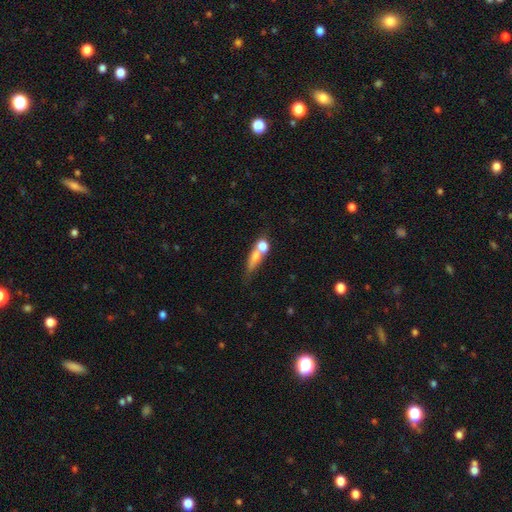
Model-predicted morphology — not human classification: Q: Smooth or featured?
A: smooth (62%); runner-up: featured or disk (27%)
Q: How rounded?
A: cigar-shaped (40%); runner-up: in between (37%)
Q: Merging?
A: merger (40%); runner-up: none (38%)